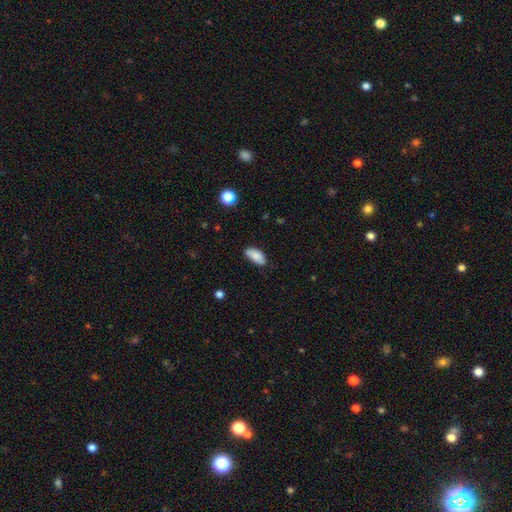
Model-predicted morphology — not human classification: Smooth or featured? Predicted: smooth (p=0.84). How rounded? Predicted: in between (p=0.90). Merging? Predicted: none (p=0.72).